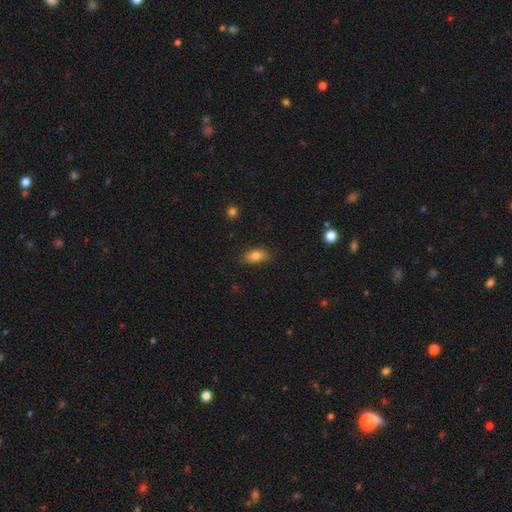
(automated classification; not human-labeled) The model was most divided on "merging": none: 78%, minor disturbance: 17%, major disturbance: 3%, merger: 1%. More confident: how rounded — in between (87%); smooth or featured — smooth (81%).